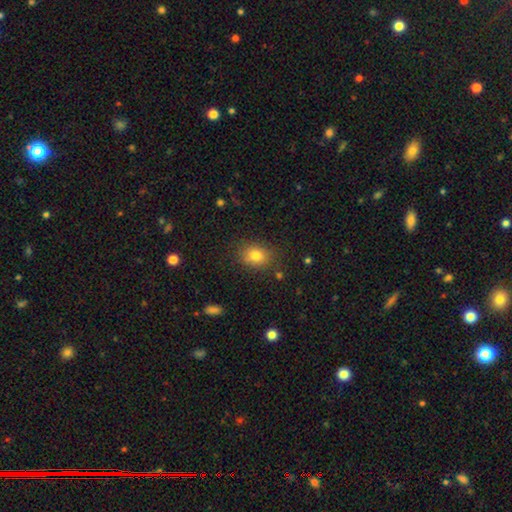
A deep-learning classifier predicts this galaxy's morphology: The model was most divided on "how rounded": in between: 52%, round: 47%, cigar-shaped: 1%. More confident: merging — none (82%); smooth or featured — smooth (80%).